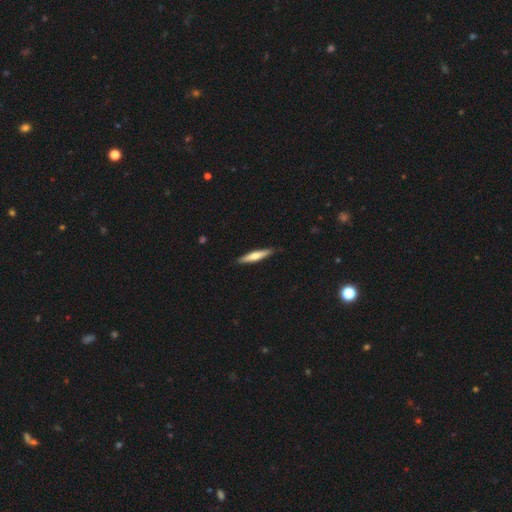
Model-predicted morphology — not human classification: A smooth galaxy with no disk features (55%) that is cigar-shaped (89%).

Vote fractions:
- Smooth or featured? smooth: 55% / featured or disk: 40% / star or artifact: 5%
- How rounded? cigar-shaped: 89% / in between: 10% / round: 1%
- Merging? none: 87% / minor disturbance: 10% / major disturbance: 2% / merger: 1%